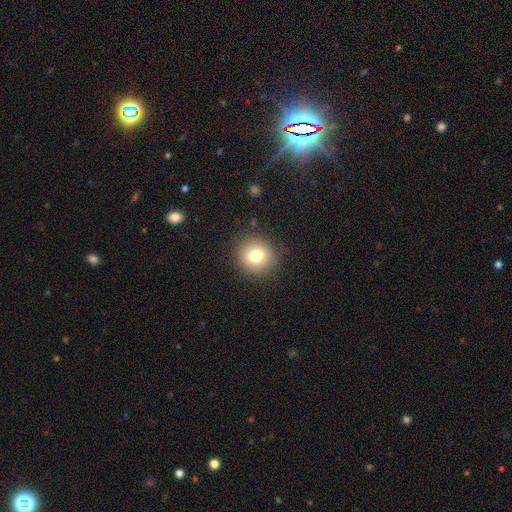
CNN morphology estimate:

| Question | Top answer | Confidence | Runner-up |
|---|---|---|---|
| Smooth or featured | smooth | 78% | star or artifact (12%) |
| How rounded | round | 91% | in between (8%) |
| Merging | none | 88% | minor disturbance (7%) |